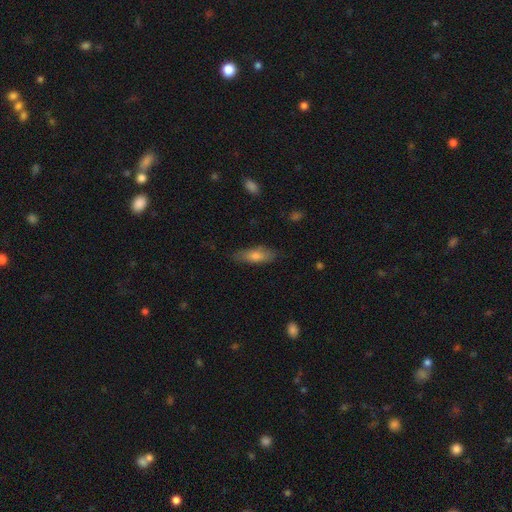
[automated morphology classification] Q: Smooth or featured?
A: smooth (72%); runner-up: featured or disk (21%)
Q: How rounded?
A: in between (54%); runner-up: cigar-shaped (44%)
Q: Merging?
A: none (81%); runner-up: minor disturbance (14%)